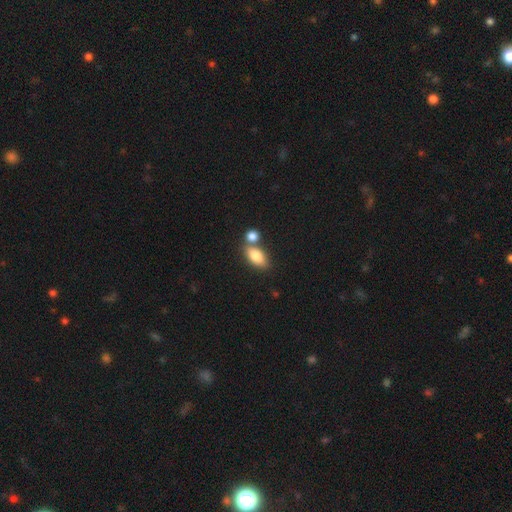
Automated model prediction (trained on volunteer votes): This is clearly a smooth galaxy (82%). How rounded: clearly in between (86%). Merging: possibly none (51%).